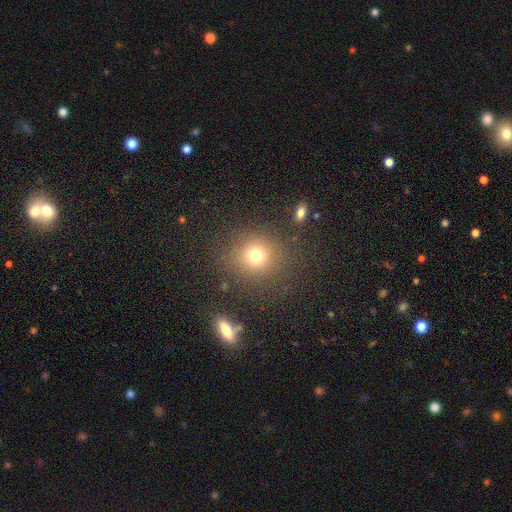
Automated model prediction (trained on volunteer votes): smooth-or-featured: smooth: 73% | star or artifact: 18% | featured or disk: 10%
  how-rounded: round: 84% | in between: 15% | cigar-shaped: 1%
  merging: none: 82% | minor disturbance: 10% | major disturbance: 6% | merger: 3%